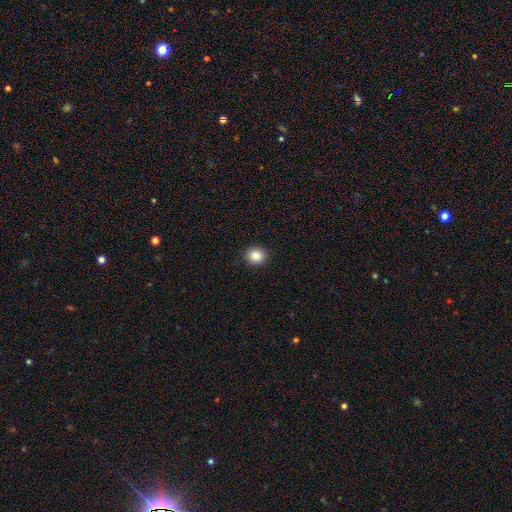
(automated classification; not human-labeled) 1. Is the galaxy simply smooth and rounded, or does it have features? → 85% smooth, 10% star or artifact, 5% featured or disk.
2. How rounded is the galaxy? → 86% round, 13% in between, 1% cigar-shaped.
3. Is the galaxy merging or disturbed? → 92% none, 5% minor disturbance, 2% major disturbance, 1% merger.